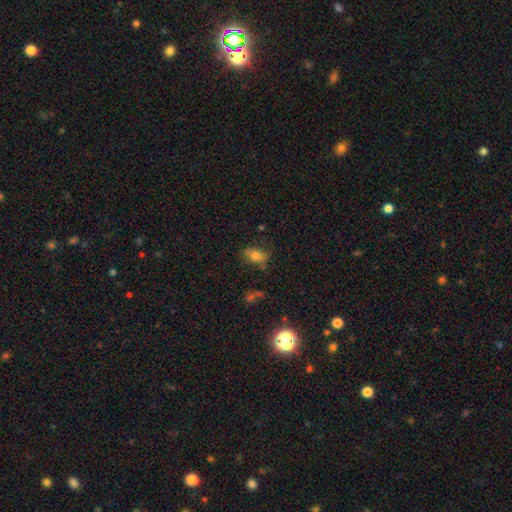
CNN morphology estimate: Smooth or featured? Predicted: smooth (p=0.72). How rounded? Predicted: in between (p=0.81). Merging? Predicted: none (p=0.70).